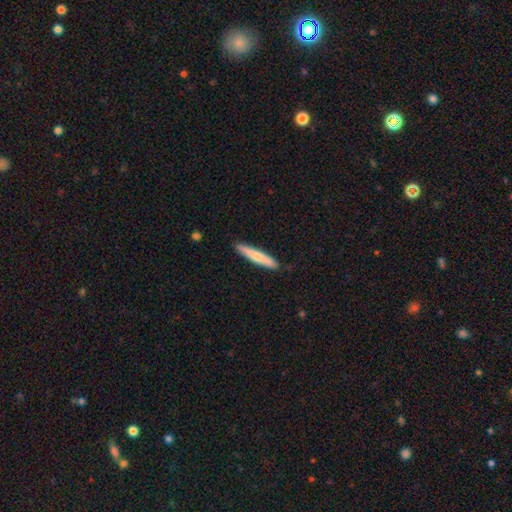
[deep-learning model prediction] This is likely a smooth galaxy (67%). How rounded: clearly cigar-shaped (93%). Merging: clearly none (89%).